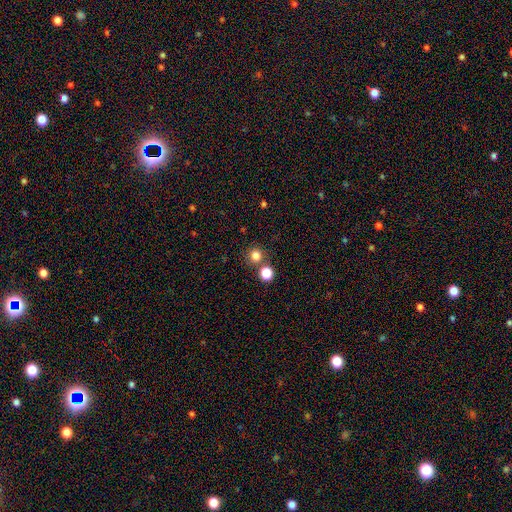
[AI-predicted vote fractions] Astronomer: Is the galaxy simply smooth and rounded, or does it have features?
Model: smooth — 80%.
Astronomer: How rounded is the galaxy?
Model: round — 91%.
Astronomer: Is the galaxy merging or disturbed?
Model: none — 75%.